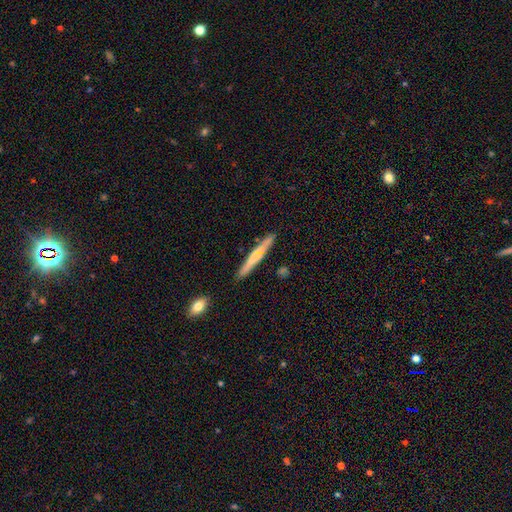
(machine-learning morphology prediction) This appears to be a smooth galaxy with no disk features (51%) that is cigar-shaped (95%). Merging: none (87%).